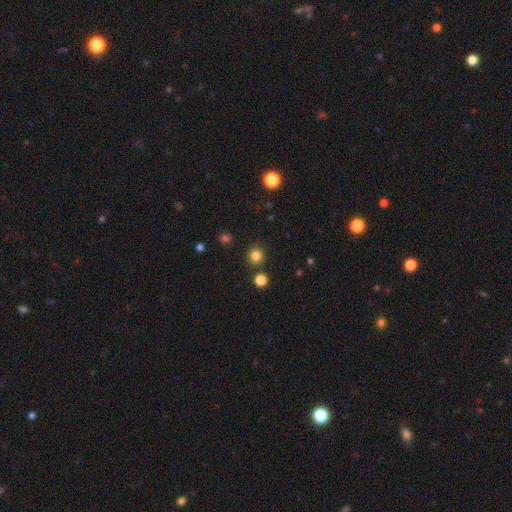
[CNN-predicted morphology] smooth 82%, star or artifact 14%, featured or disk 4%. Down the decision tree: how rounded — round (93%); merging — none (88%).